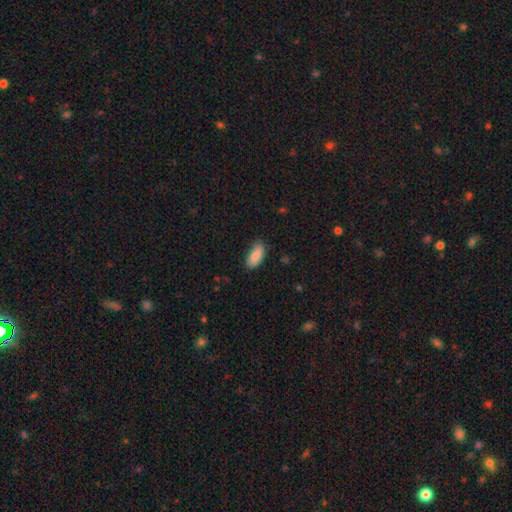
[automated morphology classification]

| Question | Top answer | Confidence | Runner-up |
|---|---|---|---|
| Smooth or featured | smooth | 87% | featured or disk (7%) |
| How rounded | in between | 87% | cigar-shaped (11%) |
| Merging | none | 78% | minor disturbance (18%) |